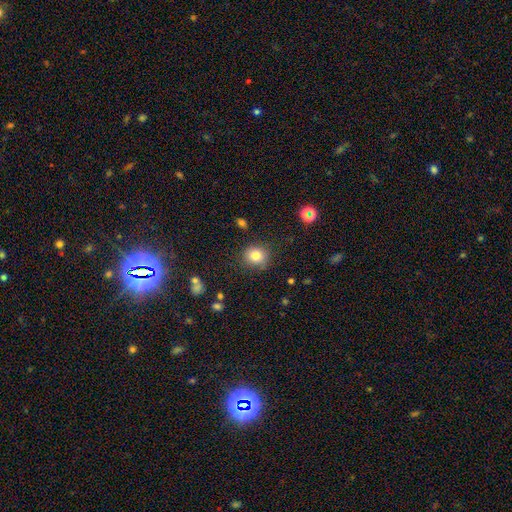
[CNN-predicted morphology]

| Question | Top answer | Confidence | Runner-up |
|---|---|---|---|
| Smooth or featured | smooth | 81% | star or artifact (12%) |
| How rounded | round | 82% | in between (17%) |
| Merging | none | 86% | minor disturbance (10%) |